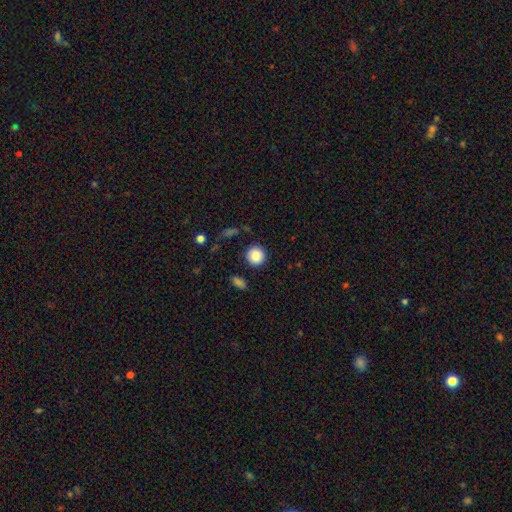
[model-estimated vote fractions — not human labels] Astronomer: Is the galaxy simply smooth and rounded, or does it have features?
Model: smooth — 85%.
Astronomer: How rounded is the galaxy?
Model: round — 93%.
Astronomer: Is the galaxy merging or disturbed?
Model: none — 89%.